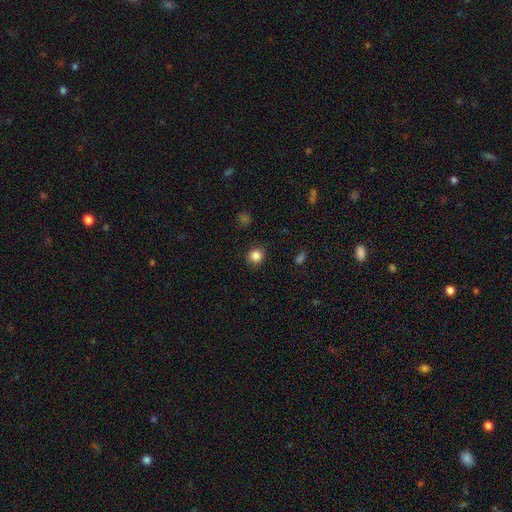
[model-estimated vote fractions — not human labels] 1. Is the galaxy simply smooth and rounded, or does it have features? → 85% smooth, 11% star or artifact, 4% featured or disk.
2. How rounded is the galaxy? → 85% round, 14% in between, 1% cigar-shaped.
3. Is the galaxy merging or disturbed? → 88% none, 8% minor disturbance, 3% major disturbance, 1% merger.